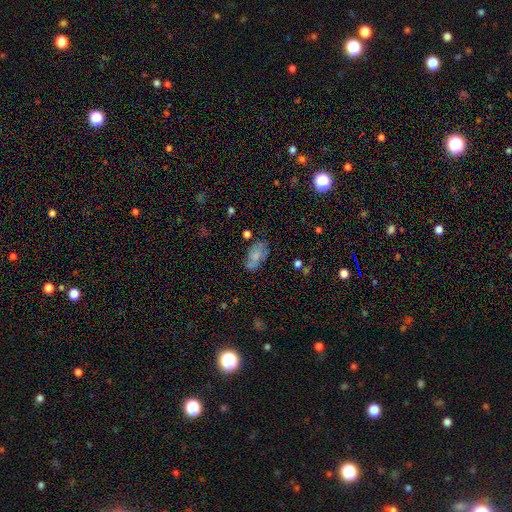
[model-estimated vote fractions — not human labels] The model was most divided on "merging": none: 57%, minor disturbance: 25%, major disturbance: 10%, merger: 8%. More confident: how rounded — in between (91%); smooth or featured — smooth (65%).